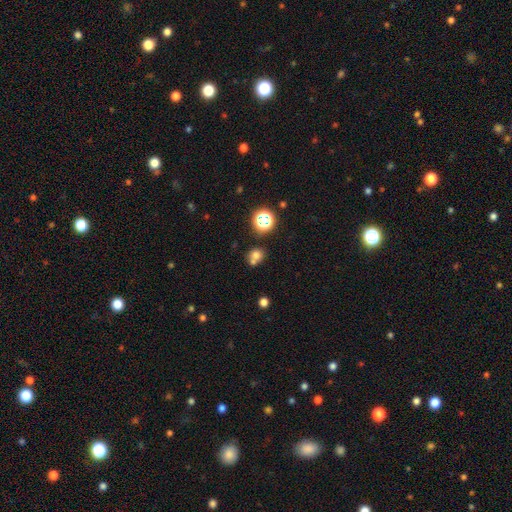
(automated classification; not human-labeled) Morphology: type=smooth (69%); roundness=round (77%); merging=none (49%).